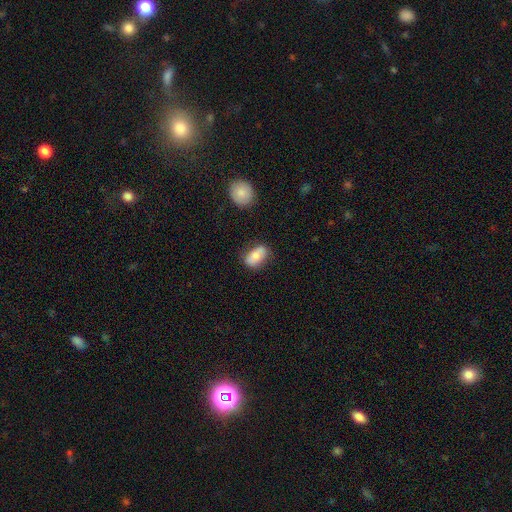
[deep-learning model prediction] Q: Smooth or featured?
A: smooth (74%); runner-up: featured or disk (19%)
Q: How rounded?
A: in between (89%); runner-up: round (8%)
Q: Merging?
A: none (74%); runner-up: minor disturbance (19%)